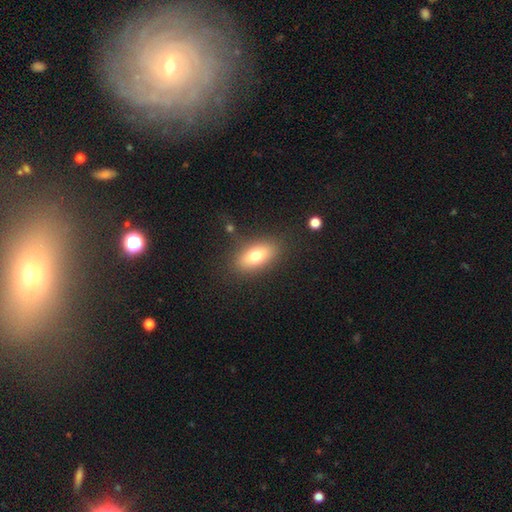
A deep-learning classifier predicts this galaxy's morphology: A smooth galaxy with no disk features (74%) that is in between round and cigar-shaped (85%).

Vote fractions:
- Smooth or featured? smooth: 74% / featured or disk: 17% / star or artifact: 9%
- How rounded? in between: 85% / cigar-shaped: 9% / round: 6%
- Merging? none: 82% / minor disturbance: 11% / major disturbance: 4% / merger: 3%